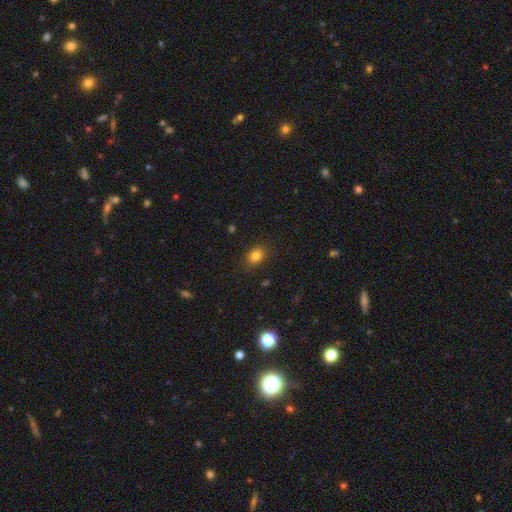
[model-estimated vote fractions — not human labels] This appears to be a smooth galaxy with no disk features (82%) that is in between round and cigar-shaped (62%). Merging: none (85%).